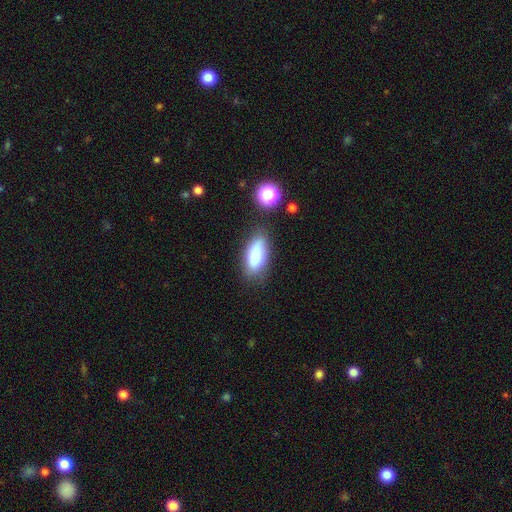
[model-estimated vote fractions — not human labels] This is clearly a smooth galaxy (80%). How rounded: clearly in between (82%). Merging: likely none (72%).